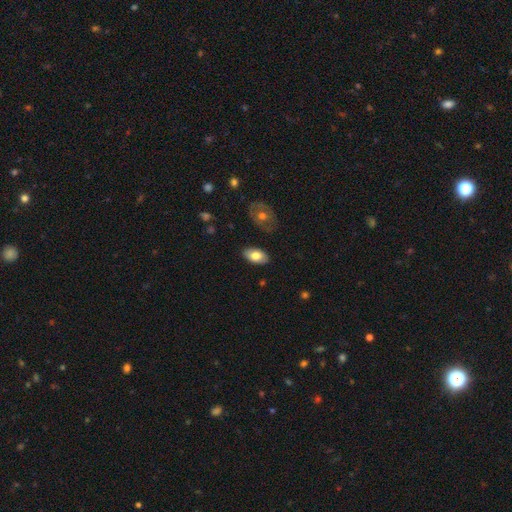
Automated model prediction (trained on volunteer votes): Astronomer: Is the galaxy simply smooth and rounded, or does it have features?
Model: smooth — 76%.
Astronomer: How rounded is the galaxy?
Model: in between — 94%.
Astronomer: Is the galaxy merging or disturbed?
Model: none — 86%.